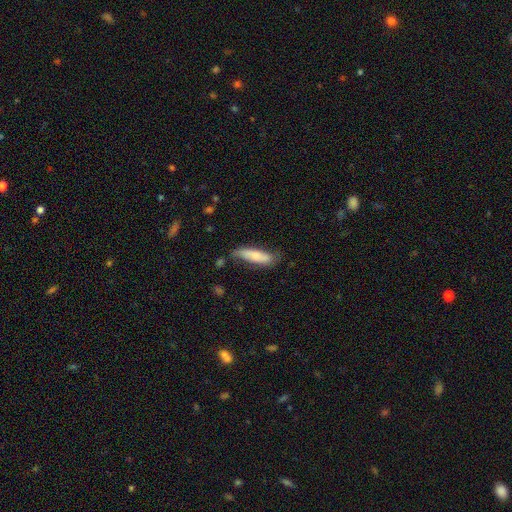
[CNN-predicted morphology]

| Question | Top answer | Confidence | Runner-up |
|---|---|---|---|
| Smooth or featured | smooth | 65% | featured or disk (29%) |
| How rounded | cigar-shaped | 56% | in between (42%) |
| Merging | none | 63% | minor disturbance (28%) |